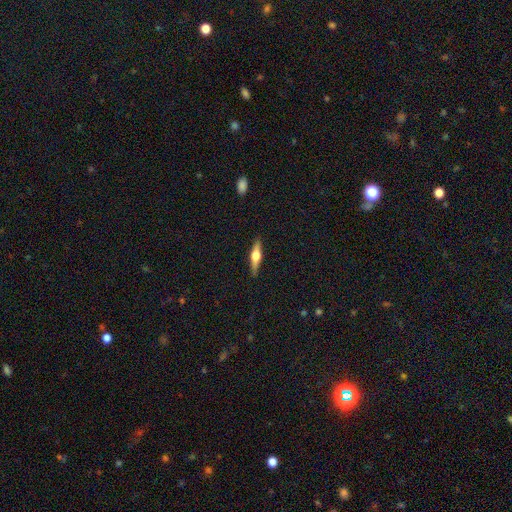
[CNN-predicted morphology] type=featured or disk (64%); edge-on=yes (96%); edge-on bulge=rounded (93%); merging=none (88%).